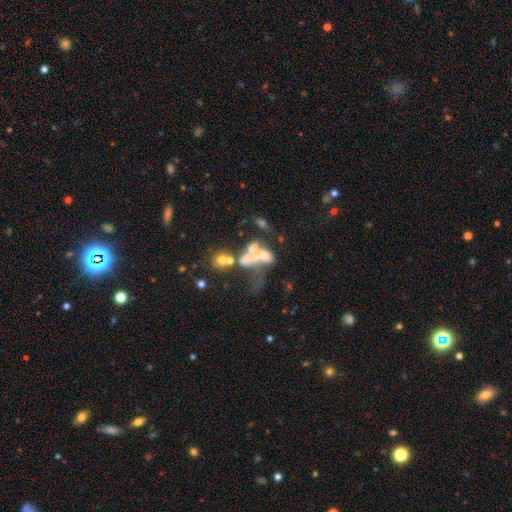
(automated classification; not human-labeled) smooth_or_featured: featured or disk (p=0.51) [alt: smooth p=0.30]
disk_edge_on: no (p=0.94) [alt: yes p=0.06]
merging: merger (p=0.54) [alt: major disturbance p=0.27]